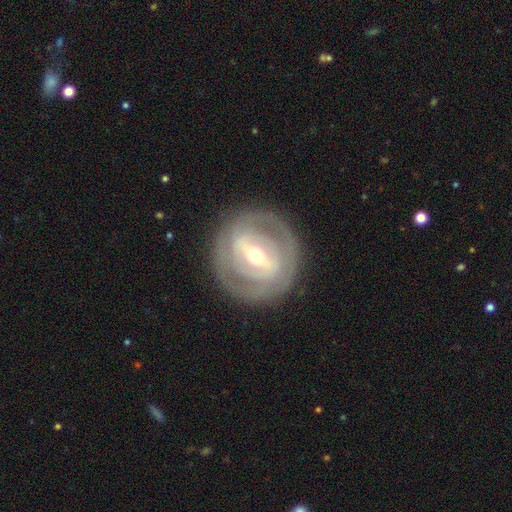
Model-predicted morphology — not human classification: Q: Smooth or featured?
A: featured or disk (78%); runner-up: smooth (17%)
Q: Edge-on disk?
A: no (93%); runner-up: yes (7%)
Q: Bar?
A: strong (54%); runner-up: weak (33%)
Q: Spiral arms?
A: yes (57%); runner-up: no (43%)
Q: Bulge size?
A: moderate (50%); runner-up: small (46%)
Q: Merging?
A: none (84%); runner-up: minor disturbance (10%)